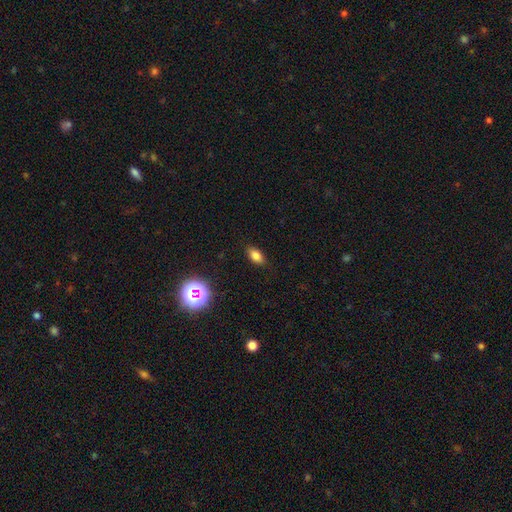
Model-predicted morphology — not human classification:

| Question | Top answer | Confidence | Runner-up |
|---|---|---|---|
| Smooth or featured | smooth | 79% | star or artifact (14%) |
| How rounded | in between | 88% | round (8%) |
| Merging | none | 87% | minor disturbance (9%) |